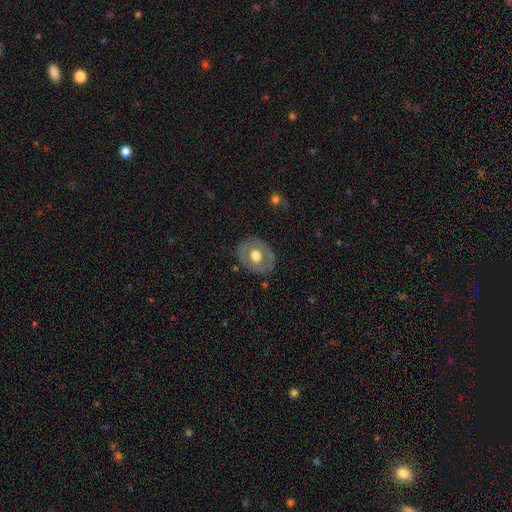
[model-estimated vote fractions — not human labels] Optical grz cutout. It shows a smooth galaxy with no disk features (49%). Merging: none (81%).